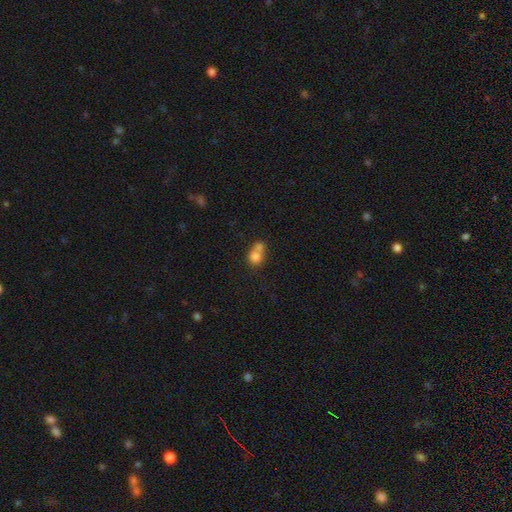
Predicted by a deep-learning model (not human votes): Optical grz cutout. It shows a smooth galaxy with no disk features (77%) that is round (75%). Merging: merger (62%).